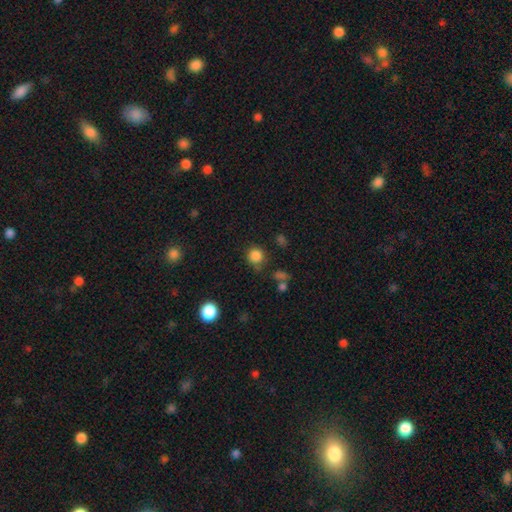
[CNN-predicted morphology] Smooth or featured?
  - smooth: 84% *
  - star or artifact: 12%
  - featured or disk: 4%
How rounded?
  - round: 88% *
  - in between: 11%
  - cigar-shaped: 1%
Merging?
  - none: 74% *
  - minor disturbance: 16%
  - major disturbance: 5%
  - merger: 5%